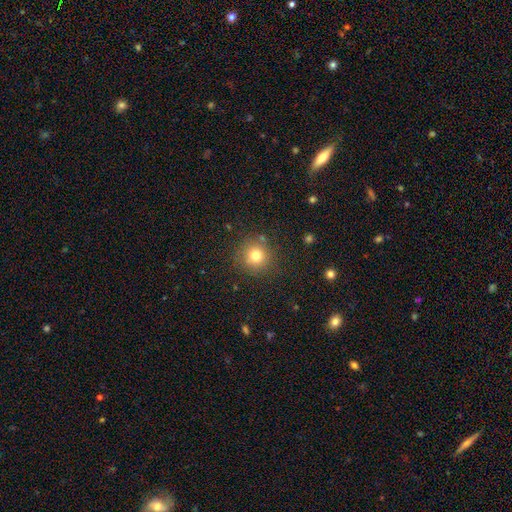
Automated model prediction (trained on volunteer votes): A smooth galaxy with no disk features (77%) that is round (93%). Merging: none (86%).